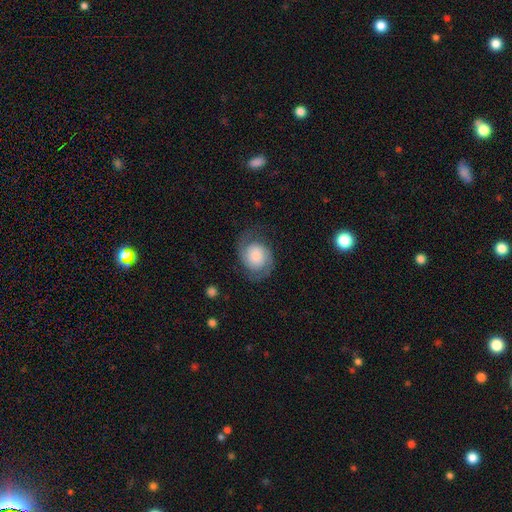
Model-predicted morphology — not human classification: featured or disk 64%, smooth 28%, star or artifact 8%. Down the decision tree: edge-on disk — no (98%); bar — no (75%); spiral arms — yes (93%); spiral arm count — 2 (91%); spiral winding — medium (45%); bulge size — large (31%); merging — none (69%).